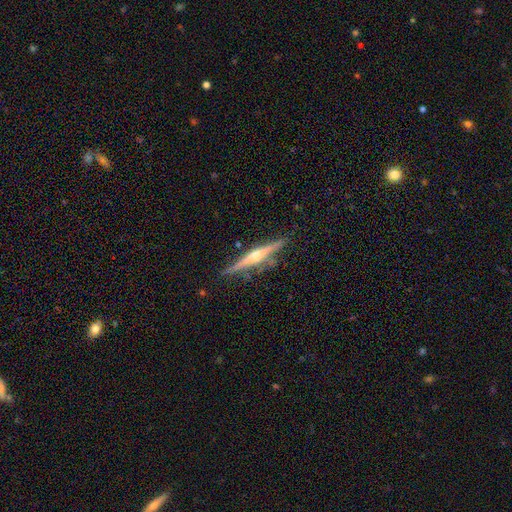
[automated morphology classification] Smooth or featured?
  - featured or disk: 79% *
  - smooth: 16%
  - star or artifact: 6%
Edge-on disk?
  - yes: 98% *
  - no: 2%
Edge-on bulge?
  - rounded: 89% *
  - none: 7%
  - boxy: 4%
Merging?
  - none: 85% *
  - minor disturbance: 10%
  - merger: 2%
  - major disturbance: 2%